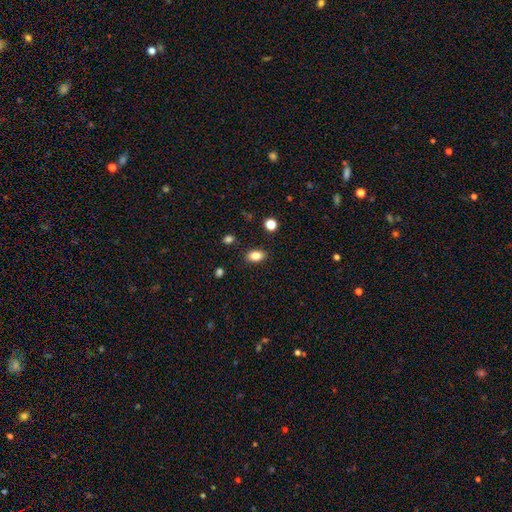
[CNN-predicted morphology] A smooth galaxy with no disk features (82%) that is in between round and cigar-shaped (87%). Merging: none (87%).